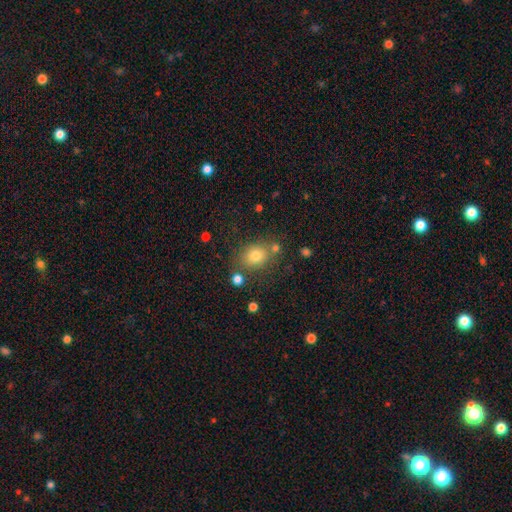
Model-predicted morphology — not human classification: The model was most divided on "how rounded": round: 53%, in between: 46%, cigar-shaped: 1%. More confident: smooth or featured — smooth (76%); merging — none (74%).